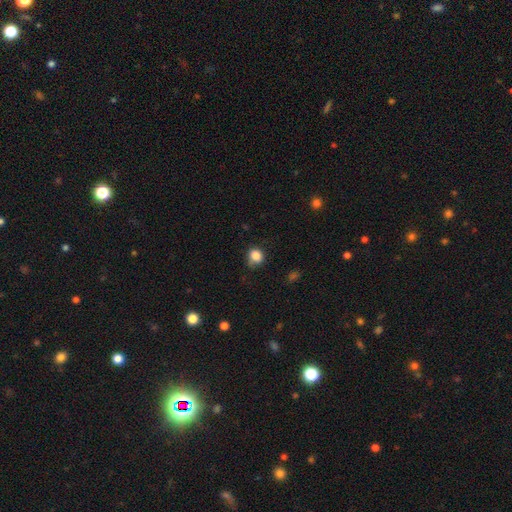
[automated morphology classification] Smooth or featured? smooth (85%)
How rounded? round (75%)
Merging? none (66%)